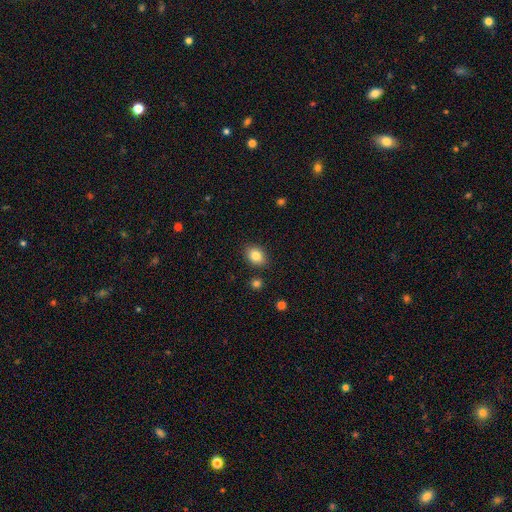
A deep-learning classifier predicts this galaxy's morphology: A smooth galaxy with no disk features (83%) that is in between round and cigar-shaped (66%).

Vote fractions:
- Smooth or featured? smooth: 83% / star or artifact: 9% / featured or disk: 8%
- How rounded? in between: 66% / round: 33% / cigar-shaped: 1%
- Merging? none: 87% / minor disturbance: 9% / merger: 3% / major disturbance: 2%